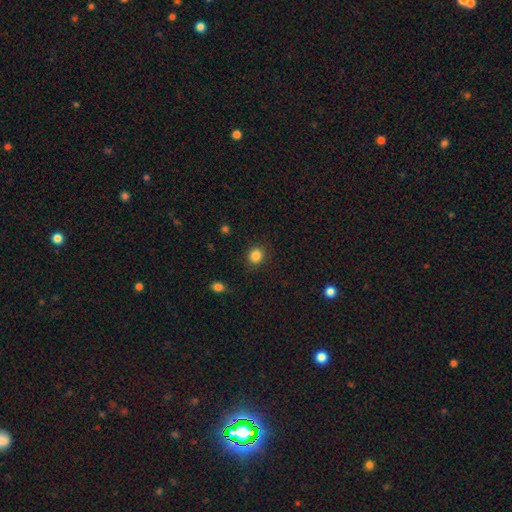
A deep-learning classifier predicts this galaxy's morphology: Smooth or featured? Predicted: smooth (p=0.85). How rounded? Predicted: round (p=0.80). Merging? Predicted: none (p=0.88).